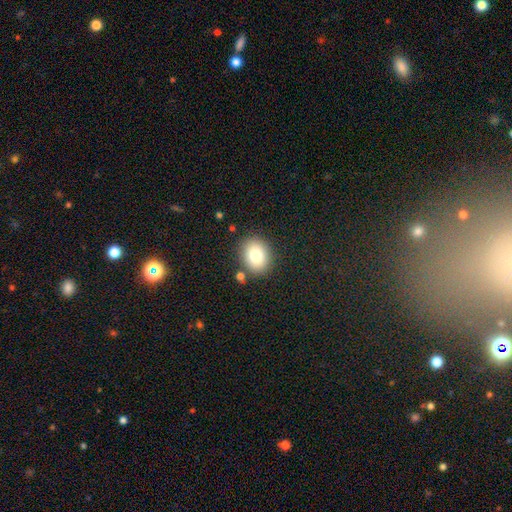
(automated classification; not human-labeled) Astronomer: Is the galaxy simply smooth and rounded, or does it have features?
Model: smooth — 80%.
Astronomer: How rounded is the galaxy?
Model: round — 54% (runner-up: in between, 46%).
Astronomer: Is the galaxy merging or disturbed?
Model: none — 83%.